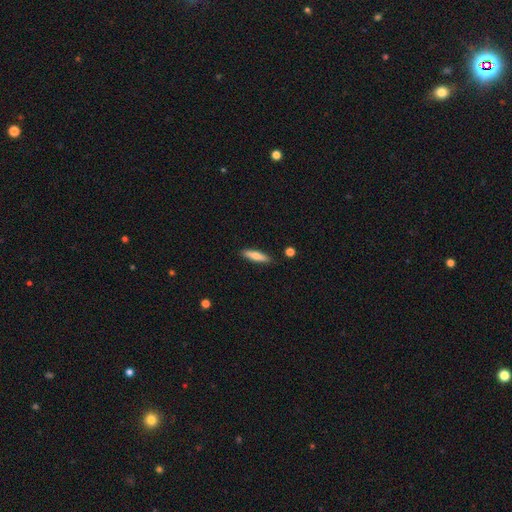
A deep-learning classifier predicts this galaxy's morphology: Smooth or featured? Predicted: smooth (p=0.69). How rounded? Predicted: cigar-shaped (p=0.75). Merging? Predicted: none (p=0.88).